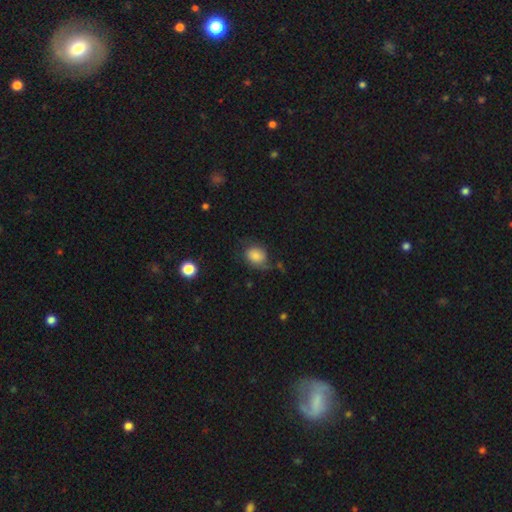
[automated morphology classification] Smooth or featured: smooth — 76% (featured or disk — 15%)
How rounded: in between — 55% (round — 44%)
Merging: none — 54% (minor disturbance — 30%)